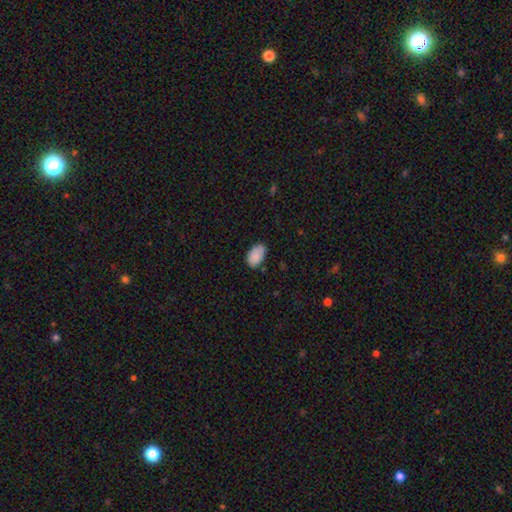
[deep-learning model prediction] The model was most divided on "merging": none: 73%, minor disturbance: 22%, major disturbance: 3%, merger: 2%. More confident: how rounded — in between (93%); smooth or featured — smooth (88%).